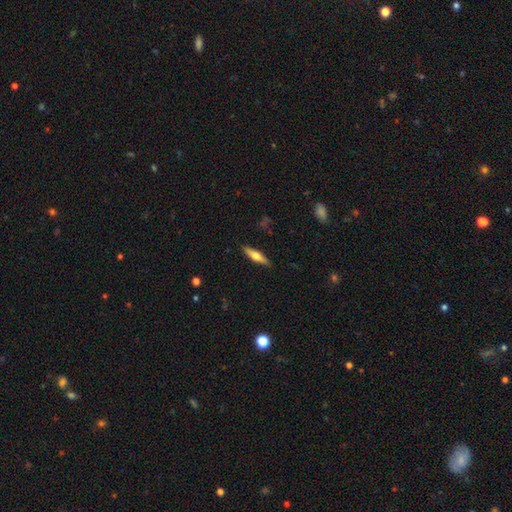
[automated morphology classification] A featured or disk galaxy (48%). Merging: none (88%).